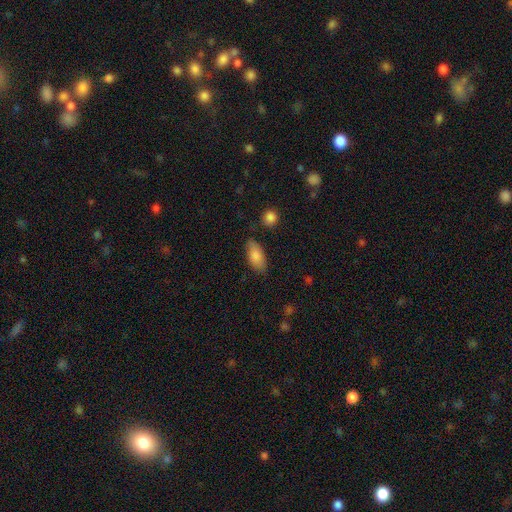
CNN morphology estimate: smooth 84%, featured or disk 10%, star or artifact 7%. Down the decision tree: how rounded — in between (88%); merging — none (76%).